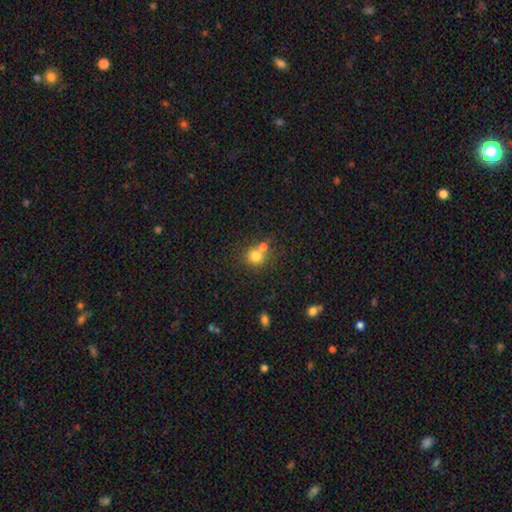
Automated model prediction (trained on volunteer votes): smooth_or_featured: smooth (p=0.77) [alt: star or artifact p=0.13]
how_rounded: round (p=0.83) [alt: in between p=0.16]
merging: none (p=0.46) [alt: merger p=0.43]